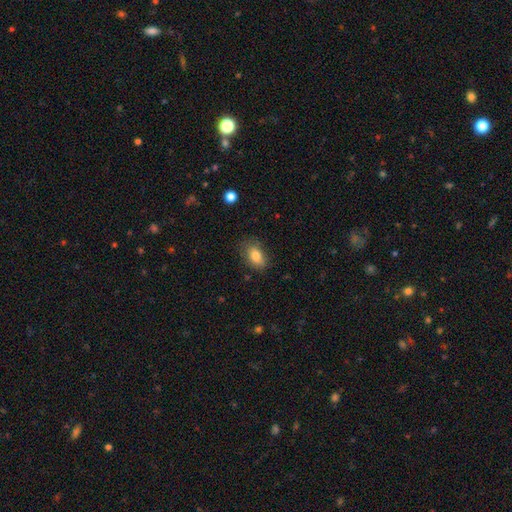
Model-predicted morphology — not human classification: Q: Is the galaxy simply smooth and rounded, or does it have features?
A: smooth — 82%.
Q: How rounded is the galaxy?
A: in between — 87%.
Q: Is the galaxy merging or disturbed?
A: none — 74%.